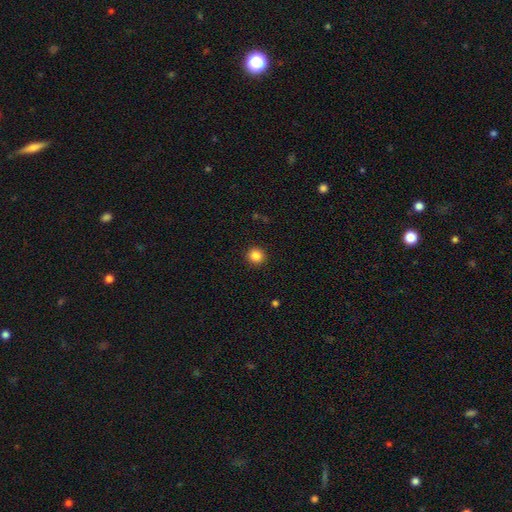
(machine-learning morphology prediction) Overall: smooth (85%). How rounded: round (93%). Merging: none (92%).